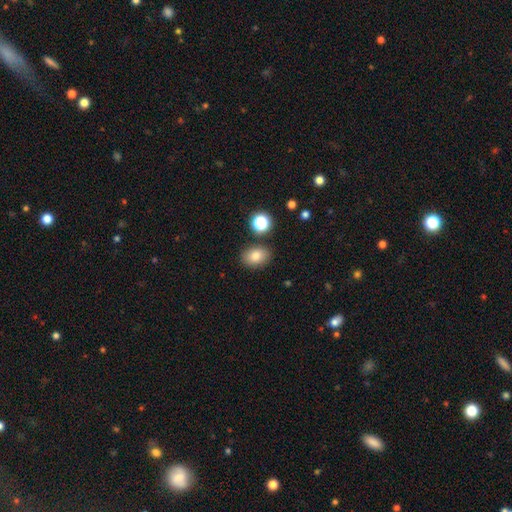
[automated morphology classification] A smooth galaxy with no disk features (80%) that is in between round and cigar-shaped (71%). Merging: none (82%).